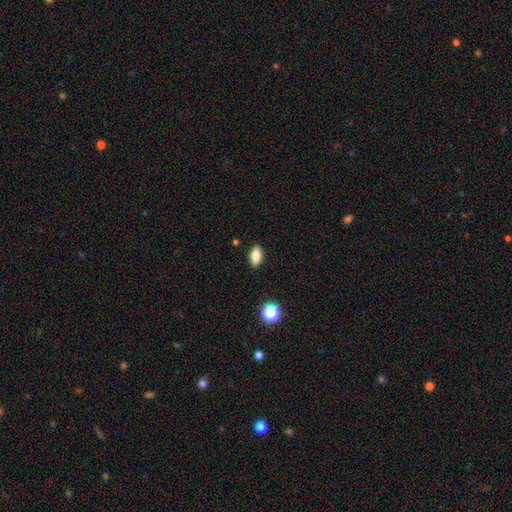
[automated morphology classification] type=smooth (77%); roundness=in between (84%); merging=none (89%).